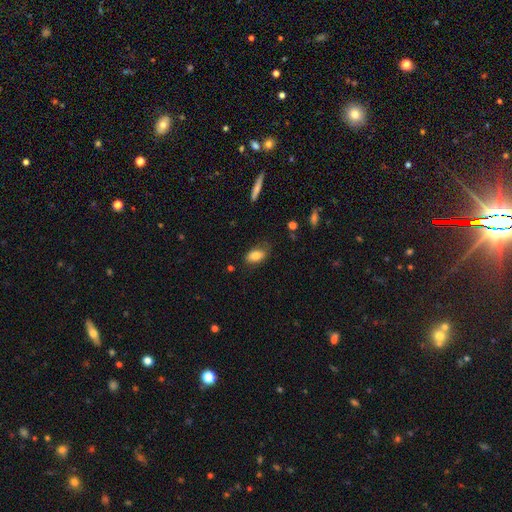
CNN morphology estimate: Q: Smooth or featured?
A: smooth (79%); runner-up: featured or disk (13%)
Q: How rounded?
A: in between (90%); runner-up: round (6%)
Q: Merging?
A: none (70%); runner-up: minor disturbance (23%)